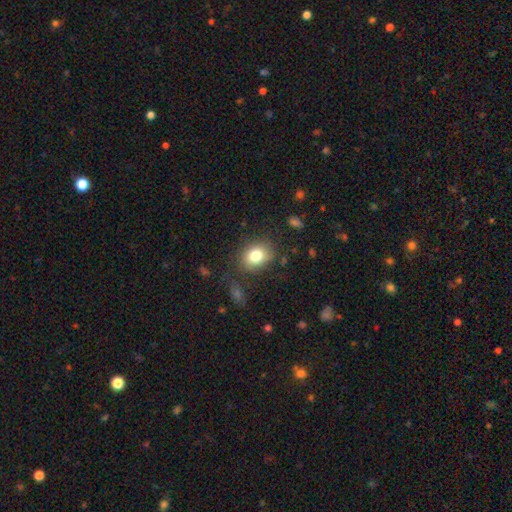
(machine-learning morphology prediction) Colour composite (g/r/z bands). It shows a smooth galaxy with no disk features (79%) that is in between round and cigar-shaped (57%). Merging: none (77%).